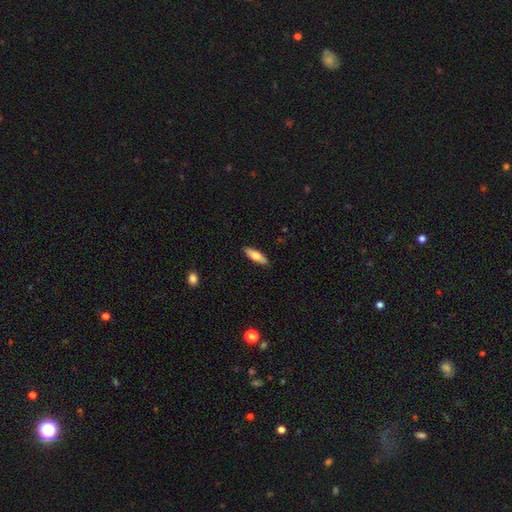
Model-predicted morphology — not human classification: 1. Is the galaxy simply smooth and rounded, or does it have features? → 67% smooth, 27% featured or disk, 6% star or artifact.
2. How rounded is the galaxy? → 52% in between, 46% cigar-shaped, 2% round.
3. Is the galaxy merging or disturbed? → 89% none, 8% minor disturbance, 2% major disturbance, 1% merger.